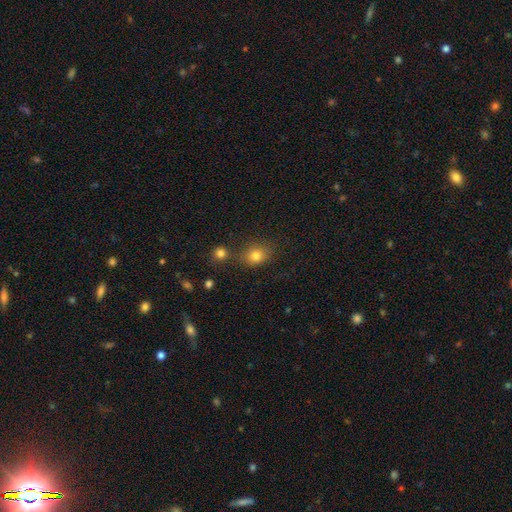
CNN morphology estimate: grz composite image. It shows a smooth galaxy with no disk features (79%) that is round (55%). Merging: none (67%).